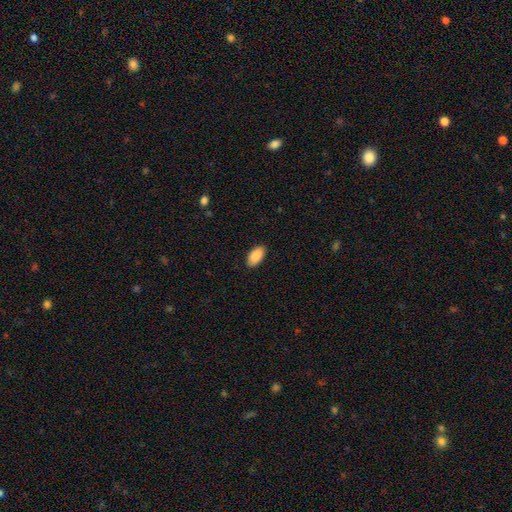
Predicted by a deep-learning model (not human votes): The model was most divided on "merging": none: 89%, minor disturbance: 8%, major disturbance: 2%, merger: 1%. More confident: how rounded — in between (95%); smooth or featured — smooth (90%).